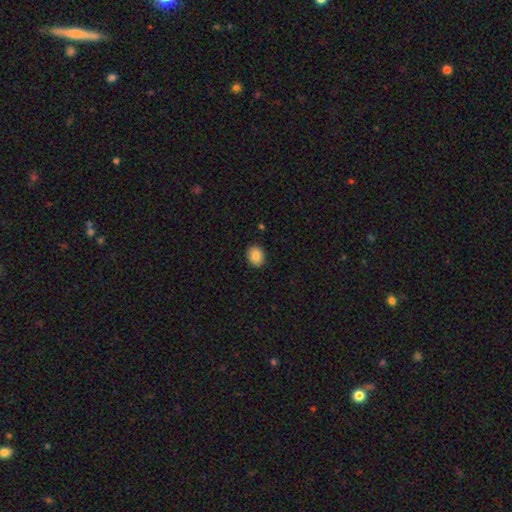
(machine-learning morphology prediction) The model was most divided on "how rounded": in between: 52%, round: 47%, cigar-shaped: 1%. More confident: merging — none (90%); smooth or featured — smooth (87%).